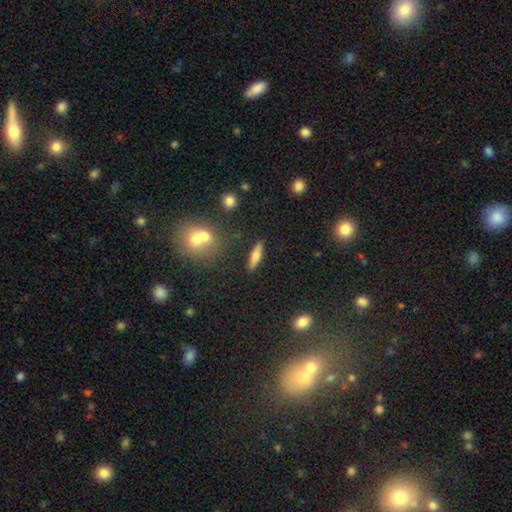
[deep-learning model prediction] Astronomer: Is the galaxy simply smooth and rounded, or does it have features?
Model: smooth — 53% (runner-up: featured or disk, 39%).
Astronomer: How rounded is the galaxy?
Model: cigar-shaped — 75%.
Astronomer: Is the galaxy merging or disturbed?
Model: none — 85%.